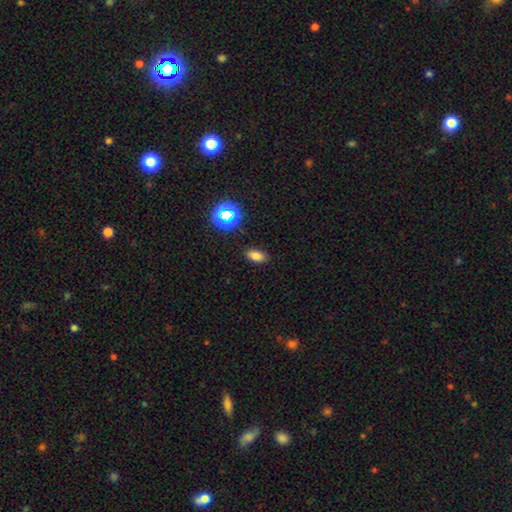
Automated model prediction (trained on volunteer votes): Q: Smooth or featured?
A: smooth (77%); runner-up: star or artifact (17%)
Q: How rounded?
A: in between (88%); runner-up: round (7%)
Q: Merging?
A: none (87%); runner-up: minor disturbance (9%)